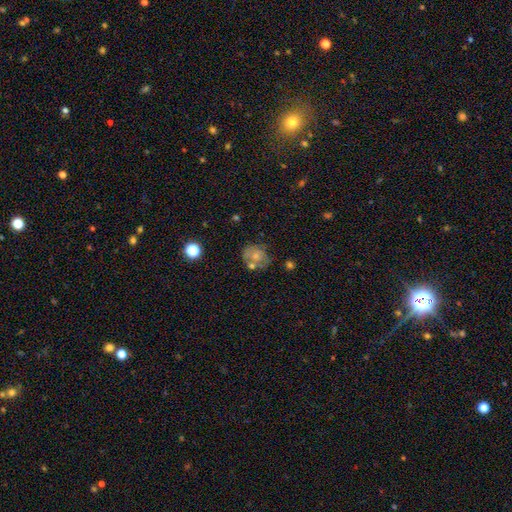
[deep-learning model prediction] Smooth or featured? smooth (55%)
How rounded? round (67%)
Merging? none (47%)